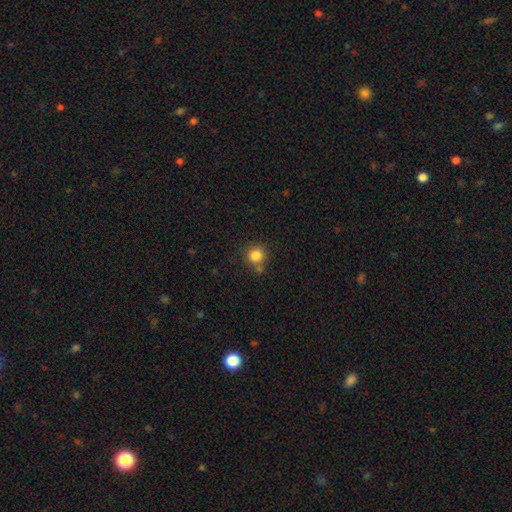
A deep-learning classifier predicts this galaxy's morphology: Overall: smooth (84%). How rounded: round (91%). Merging: none (70%).